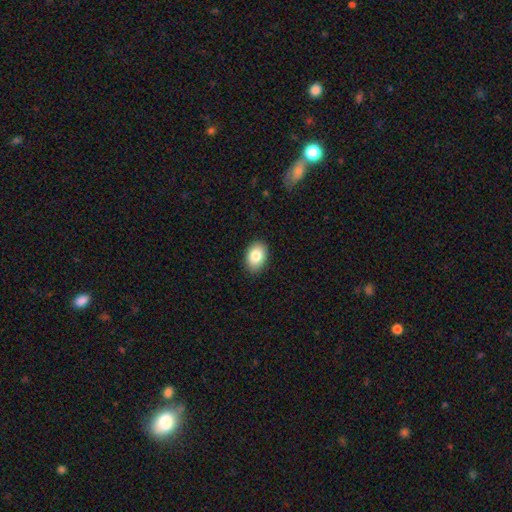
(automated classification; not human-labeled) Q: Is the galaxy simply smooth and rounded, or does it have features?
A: smooth — 83%.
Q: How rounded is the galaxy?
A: in between — 79%.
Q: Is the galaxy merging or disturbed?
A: none — 87%.